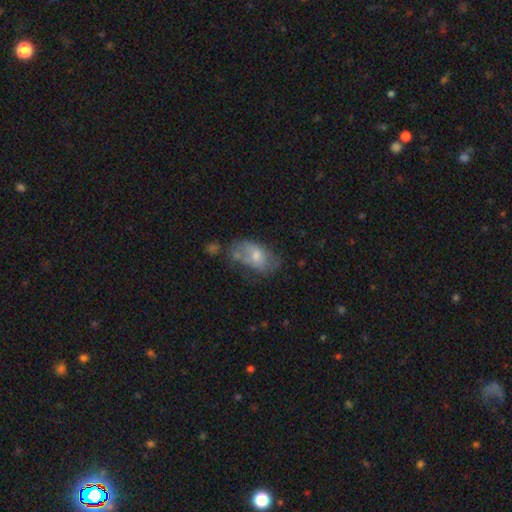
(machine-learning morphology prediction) Smooth or featured?
  - smooth: 56% *
  - featured or disk: 36%
  - star or artifact: 8%
How rounded?
  - in between: 90% *
  - round: 7%
  - cigar-shaped: 3%
Merging?
  - none: 44% *
  - minor disturbance: 29%
  - major disturbance: 16%
  - merger: 12%